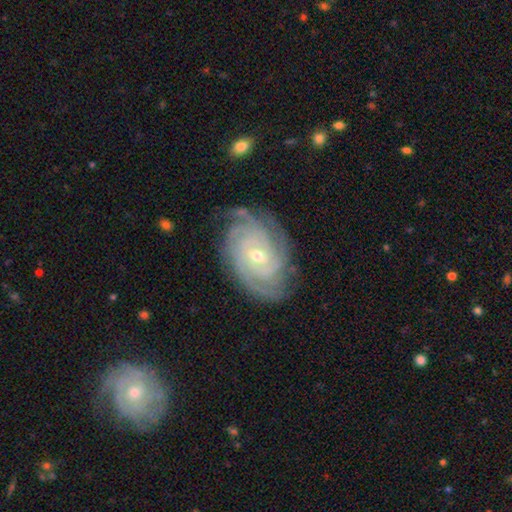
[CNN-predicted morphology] Smooth or featured?
  - featured or disk: 91% *
  - star or artifact: 5%
  - smooth: 4%
Edge-on disk?
  - no: 97% *
  - yes: 3%
Bar?
  - no: 61% *
  - weak: 30%
  - strong: 9%
Spiral arms?
  - yes: 98% *
  - no: 2%
Spiral winding?
  - tight: 78% *
  - medium: 19%
  - loose: 3%
Spiral arm count?
  - 4: 31% *
  - 3: 26%
  - can't tell: 17%
  - 2: 11%
  - more than 4: 10%
  - 1: 6%
Bulge size?
  - small: 60% *
  - moderate: 37%
  - large: 1%
  - none: 1%
  - dominant: 1%
Merging?
  - none: 77% *
  - minor disturbance: 16%
  - major disturbance: 5%
  - merger: 1%